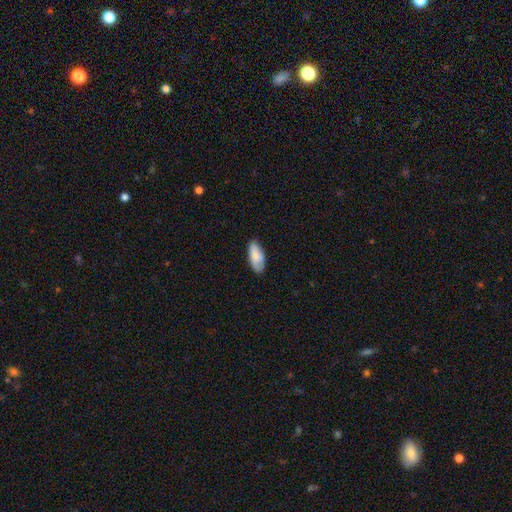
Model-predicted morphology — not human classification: This is clearly a smooth galaxy (82%). How rounded: clearly in between (88%). Merging: likely none (76%).